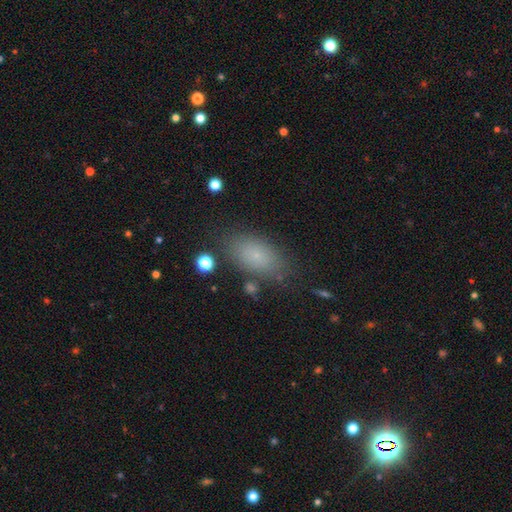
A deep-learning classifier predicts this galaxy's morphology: Q: Smooth or featured?
A: smooth (75%); runner-up: star or artifact (13%)
Q: How rounded?
A: in between (88%); runner-up: round (8%)
Q: Merging?
A: none (78%); runner-up: minor disturbance (13%)